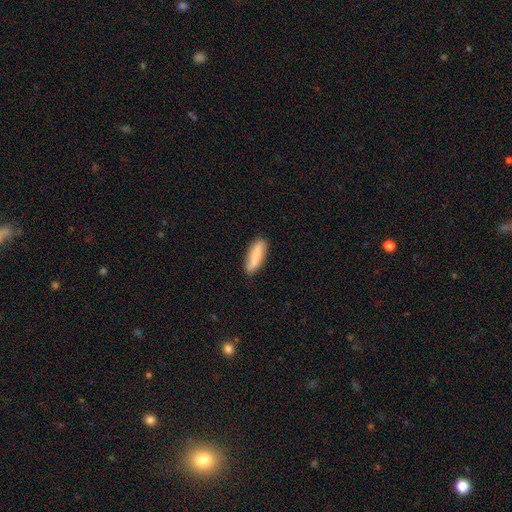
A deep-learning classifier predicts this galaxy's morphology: A smooth galaxy with no disk features (78%) that is cigar-shaped (51%). Merging: none (85%).